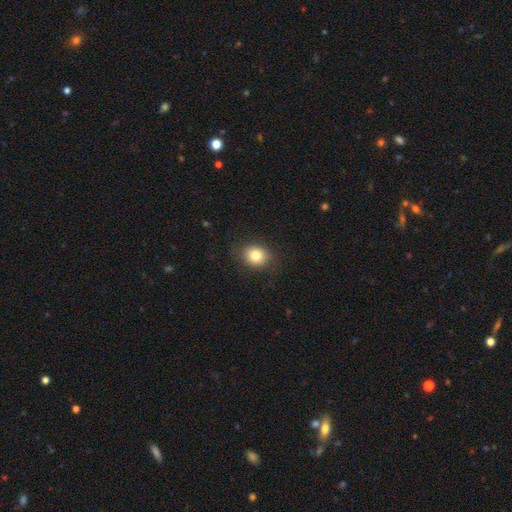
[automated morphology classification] Smooth or featured: smooth — 82% (star or artifact — 10%)
How rounded: round — 64% (in between — 35%)
Merging: none — 85% (minor disturbance — 11%)